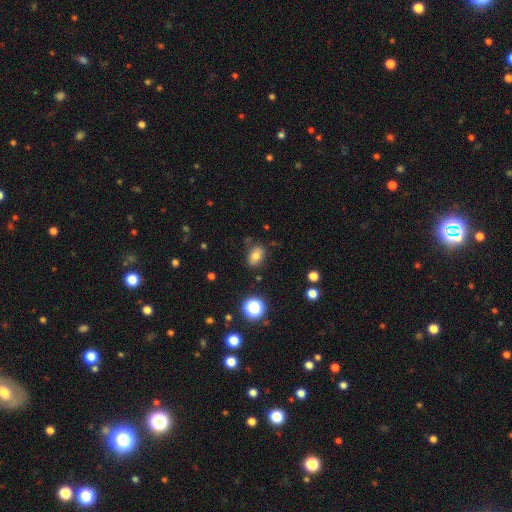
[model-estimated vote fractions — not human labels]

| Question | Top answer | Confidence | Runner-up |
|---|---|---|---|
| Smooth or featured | smooth | 76% | star or artifact (13%) |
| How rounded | in between | 81% | round (17%) |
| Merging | none | 80% | minor disturbance (13%) |